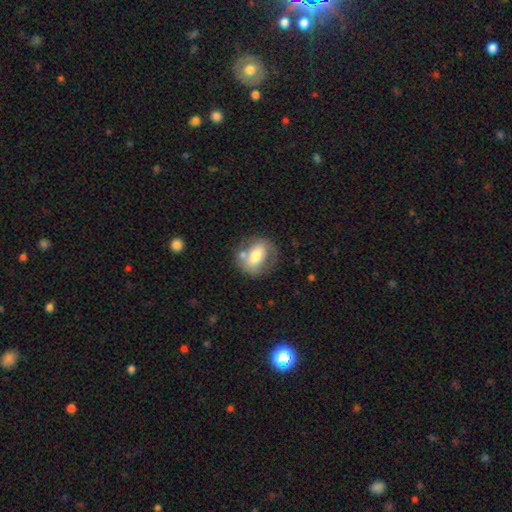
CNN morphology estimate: Smooth or featured?
  - smooth: 54% *
  - featured or disk: 39%
  - star or artifact: 7%
How rounded?
  - in between: 51% *
  - round: 47%
  - cigar-shaped: 2%
Merging?
  - none: 60% *
  - minor disturbance: 19%
  - merger: 12%
  - major disturbance: 9%